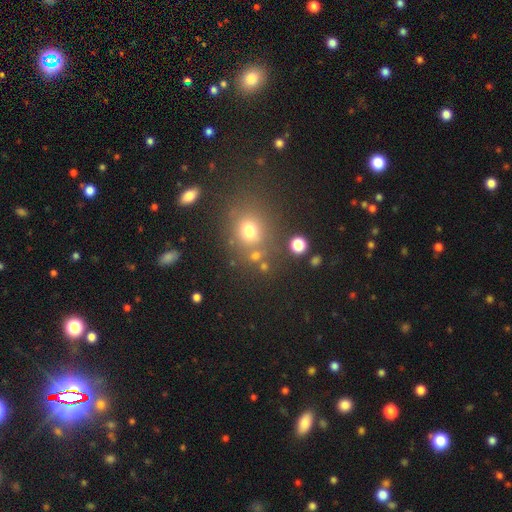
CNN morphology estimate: Smooth or featured? Predicted: smooth (p=0.68). How rounded? Predicted: round (p=0.76). Merging? Predicted: none (p=0.68).